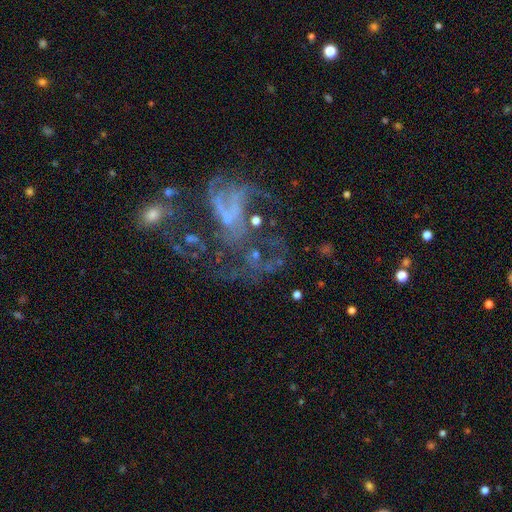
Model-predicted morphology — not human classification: Smooth or featured? Predicted: featured or disk (p=0.60). Edge-on disk? Predicted: no (p=0.96). Bar? Predicted: no (p=0.71). Spiral arms? Predicted: no (p=0.53). Bulge size? Predicted: none (p=0.60). Merging? Predicted: major disturbance (p=0.39).